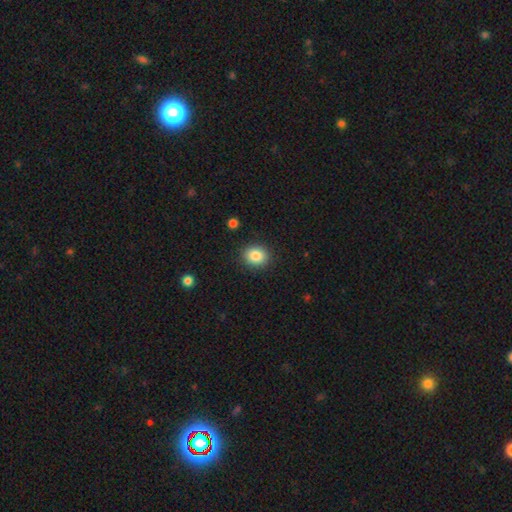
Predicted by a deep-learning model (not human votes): Smooth or featured? smooth (86%)
How rounded? round (68%)
Merging? none (89%)